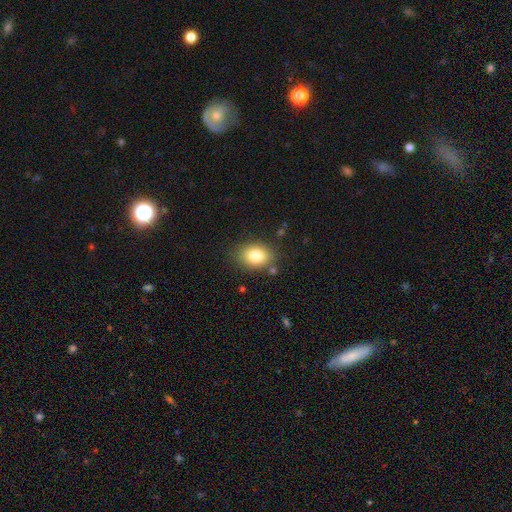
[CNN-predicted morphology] Smooth or featured?
  - smooth: 83% *
  - star or artifact: 9%
  - featured or disk: 8%
How rounded?
  - in between: 72% *
  - round: 27%
  - cigar-shaped: 1%
Merging?
  - none: 80% *
  - minor disturbance: 13%
  - major disturbance: 4%
  - merger: 4%